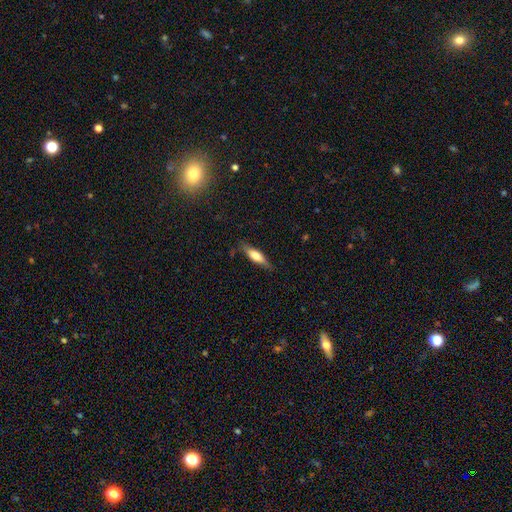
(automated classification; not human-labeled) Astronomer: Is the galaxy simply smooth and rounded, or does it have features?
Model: smooth — 56% (runner-up: featured or disk, 38%).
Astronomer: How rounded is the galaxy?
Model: cigar-shaped — 61% (runner-up: in between, 37%).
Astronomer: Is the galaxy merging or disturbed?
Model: none — 78%.